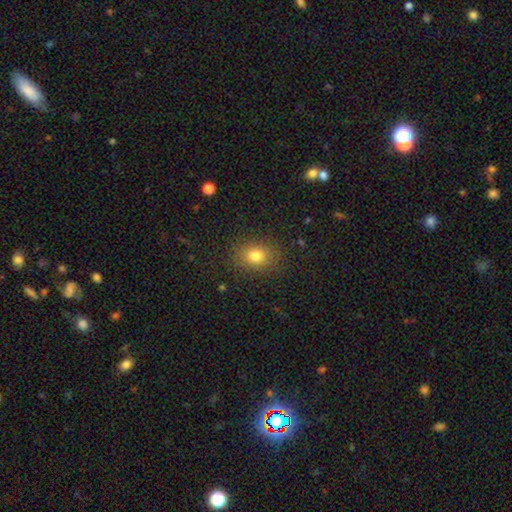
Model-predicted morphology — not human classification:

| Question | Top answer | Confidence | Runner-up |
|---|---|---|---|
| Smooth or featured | smooth | 79% | star or artifact (13%) |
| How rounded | in between | 54% | round (45%) |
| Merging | none | 85% | minor disturbance (10%) |